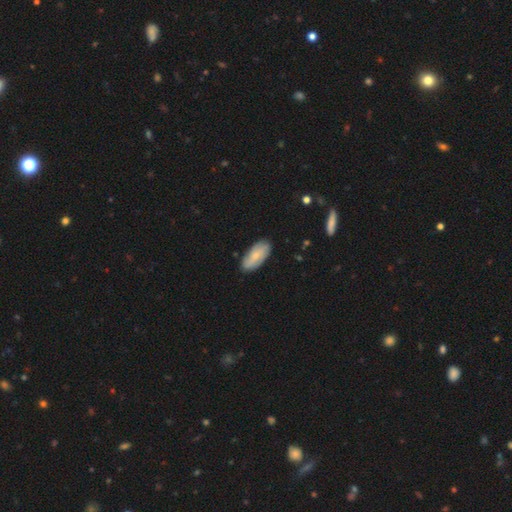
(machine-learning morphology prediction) Overall: smooth (62%; featured or disk 32%). How rounded: in between (90%). Merging: none (83%).